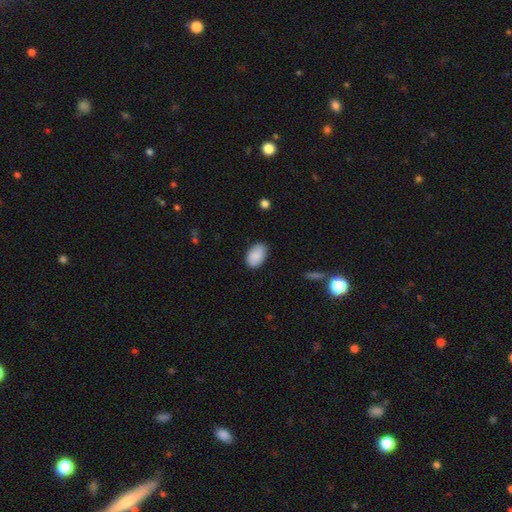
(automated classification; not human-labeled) This appears to be a smooth galaxy with no disk features (88%) that is in between round and cigar-shaped (91%). Merging: none (82%).